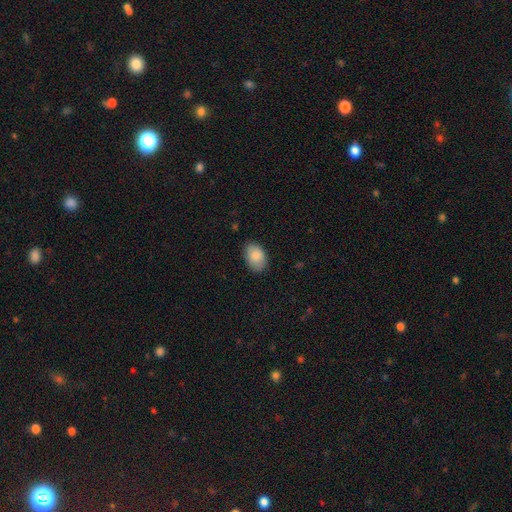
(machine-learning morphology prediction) Smooth or featured? Predicted: smooth (p=0.87). How rounded? Predicted: in between (p=0.87). Merging? Predicted: none (p=0.82).